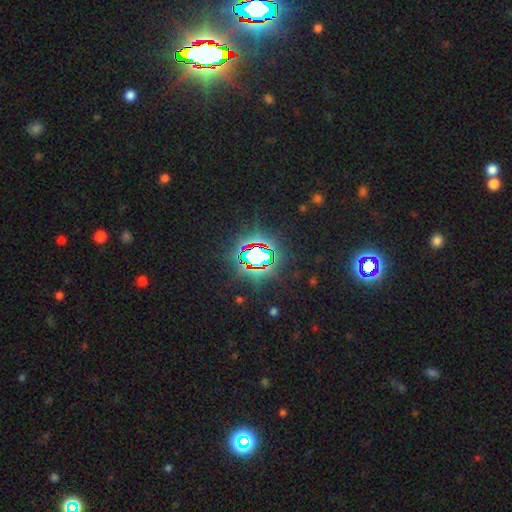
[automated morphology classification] star or artifact 82%, smooth 10%, featured or disk 7%.